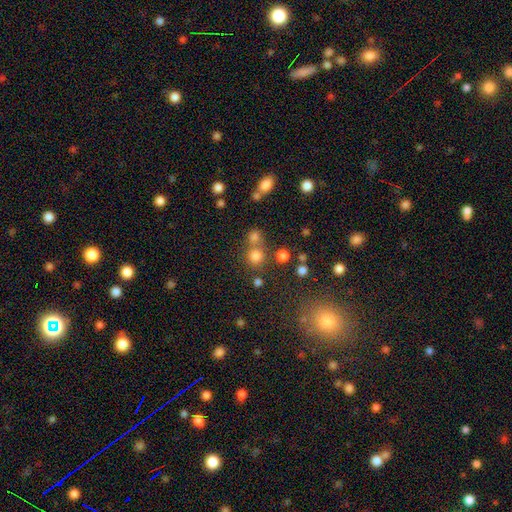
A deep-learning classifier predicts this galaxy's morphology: Q: Smooth or featured?
A: smooth (75%); runner-up: star or artifact (18%)
Q: How rounded?
A: round (90%); runner-up: in between (9%)
Q: Merging?
A: none (61%); runner-up: merger (28%)